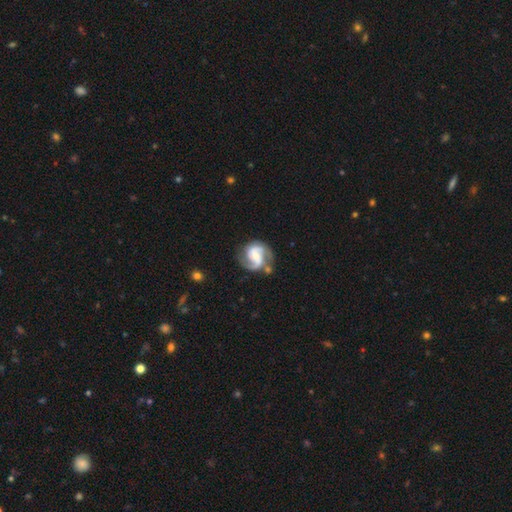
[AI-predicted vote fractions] smooth-or-featured: featured or disk: 86% | smooth: 9% | star or artifact: 5%
  disk-edge-on: no: 98% | yes: 2%
    bar: weak: 44% | no: 33% | strong: 23%
    has-spiral-arms: yes: 97% | no: 3%
      spiral-winding: medium: 54% | tight: 26% | loose: 21%
      spiral-arm-count: 2: 89% | 1: 4% | can't tell: 3% | 3: 2% | 4: 1% | more than 4: 1%
    bulge-size: small: 49% | moderate: 39% | none: 6% | large: 5% | dominant: 1%
  merging: none: 69% | minor disturbance: 18% | major disturbance: 8% | merger: 6%